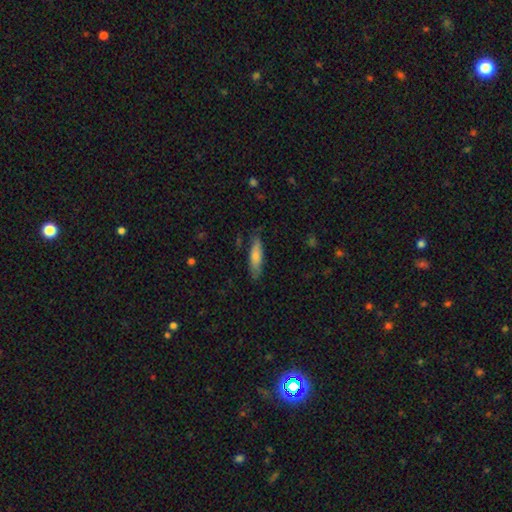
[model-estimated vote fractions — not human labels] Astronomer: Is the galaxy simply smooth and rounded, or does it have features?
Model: smooth — 77%.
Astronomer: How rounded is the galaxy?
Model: cigar-shaped — 63%.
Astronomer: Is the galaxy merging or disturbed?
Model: none — 79%.